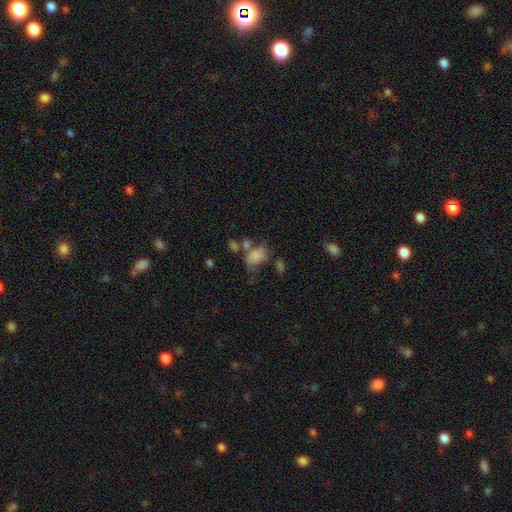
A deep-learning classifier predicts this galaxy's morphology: Smooth or featured: smooth — 74% (featured or disk — 16%)
How rounded: in between — 81% (round — 18%)
Merging: none — 31% (merger — 30%)